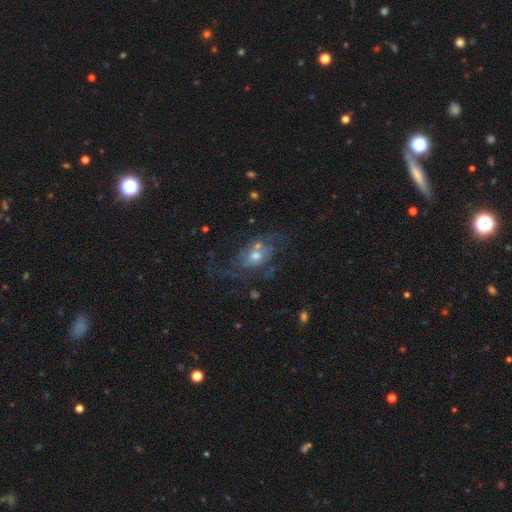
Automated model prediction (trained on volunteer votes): A featured or disk galaxy (63%) with no bar (75%), spiral arms (71%) and a moderate central bulge (62%). Merging: none (45%).